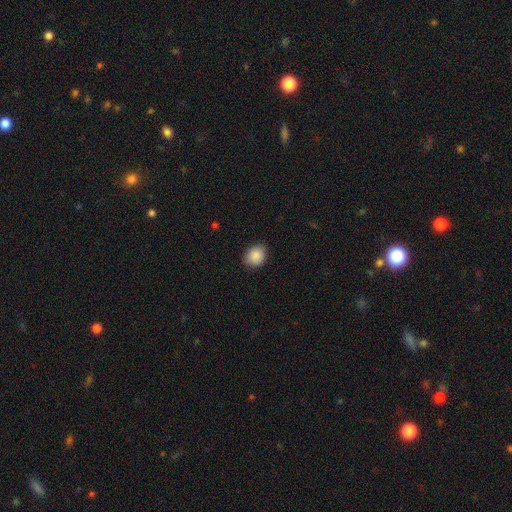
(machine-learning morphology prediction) smooth-or-featured: smooth: 88% | star or artifact: 8% | featured or disk: 4%
  how-rounded: round: 52% | in between: 47% | cigar-shaped: 1%
  merging: none: 84% | minor disturbance: 13% | major disturbance: 2% | merger: 1%